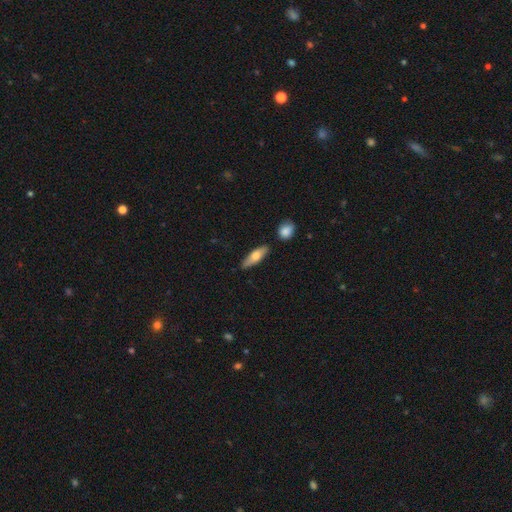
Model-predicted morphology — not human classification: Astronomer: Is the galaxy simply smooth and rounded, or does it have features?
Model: smooth — 61%.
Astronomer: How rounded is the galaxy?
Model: in between — 49% (runner-up: cigar-shaped, 48%).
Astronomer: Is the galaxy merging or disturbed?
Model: none — 81%.